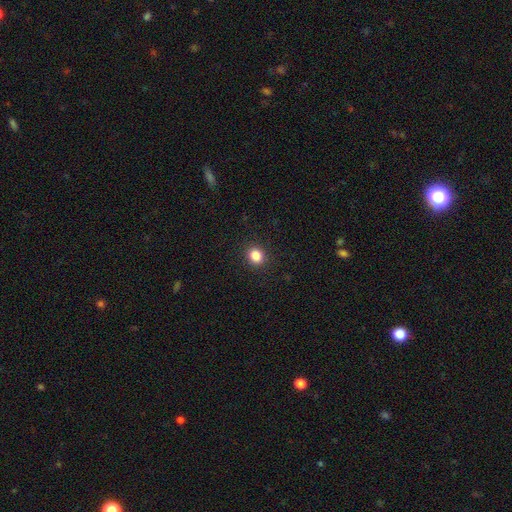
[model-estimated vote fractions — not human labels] A smooth galaxy with no disk features (85%) that is round (70%). Merging: none (91%).